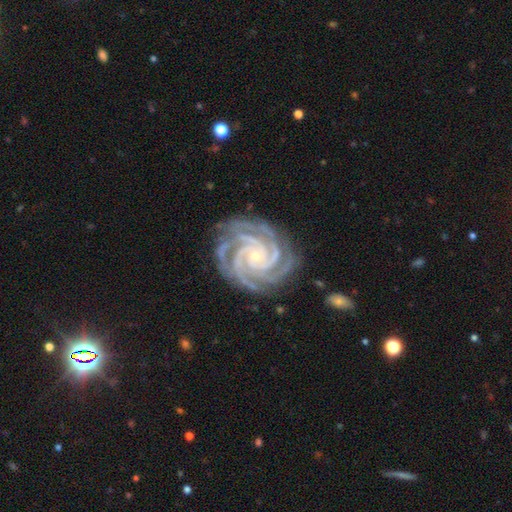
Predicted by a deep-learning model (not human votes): Smooth or featured? Predicted: featured or disk (p=0.94). Edge-on disk? Predicted: no (p=0.98). Bar? Predicted: no (p=0.69). Spiral arms? Predicted: yes (p=0.99). Spiral winding? Predicted: tight (p=0.84). Spiral arm count? Predicted: 4 (p=0.46). Bulge size? Predicted: small (p=0.85). Merging? Predicted: none (p=0.83).